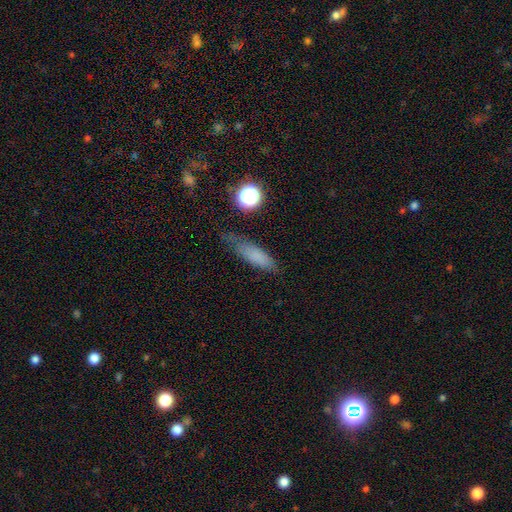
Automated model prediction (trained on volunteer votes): Morphology: type=smooth (75%); roundness=cigar-shaped (55%); merging=none (58%).